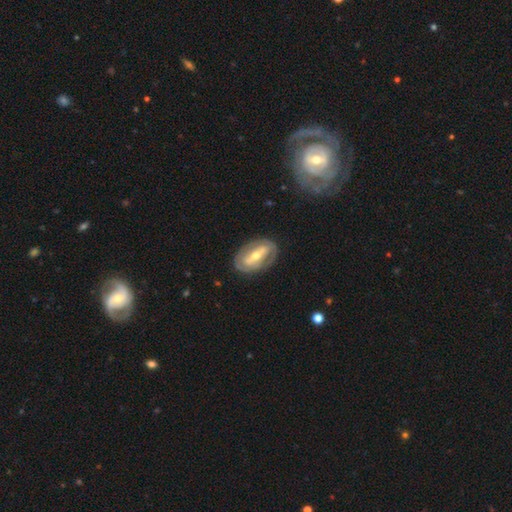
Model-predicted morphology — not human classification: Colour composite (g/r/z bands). It shows a featured or disk galaxy (74%) with a strong bar (59%), spiral arms (56%) and a moderate central bulge (62%). Merging: none (79%).